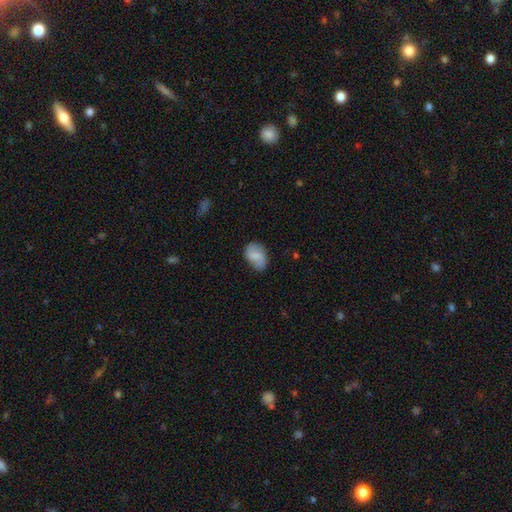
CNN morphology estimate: A smooth galaxy with no disk features (62%) that is in between round and cigar-shaped (81%). Merging: none (63%).